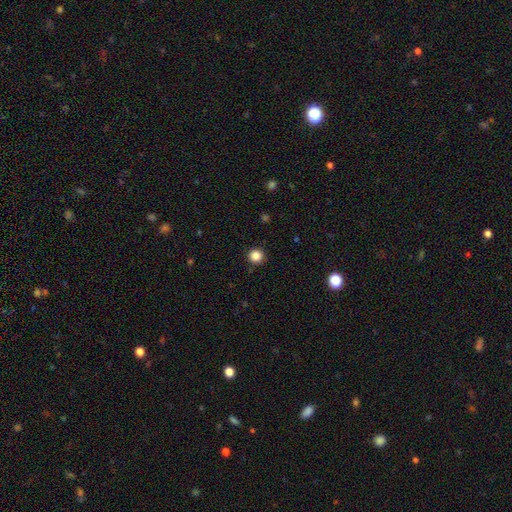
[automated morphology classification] This is clearly a smooth galaxy (85%). How rounded: clearly round (95%). Merging: clearly none (92%).